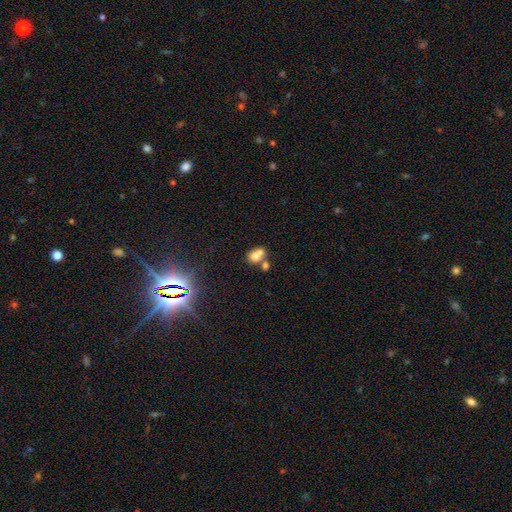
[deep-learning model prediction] Smooth or featured? Predicted: smooth (p=0.70). How rounded? Predicted: in between (p=0.50). Merging? Predicted: merger (p=0.59).